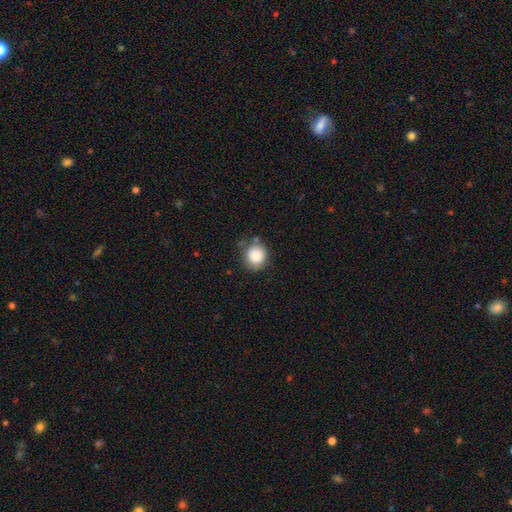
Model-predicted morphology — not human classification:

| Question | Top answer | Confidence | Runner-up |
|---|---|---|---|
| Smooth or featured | smooth | 86% | star or artifact (9%) |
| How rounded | round | 84% | in between (16%) |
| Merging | none | 75% | minor disturbance (16%) |